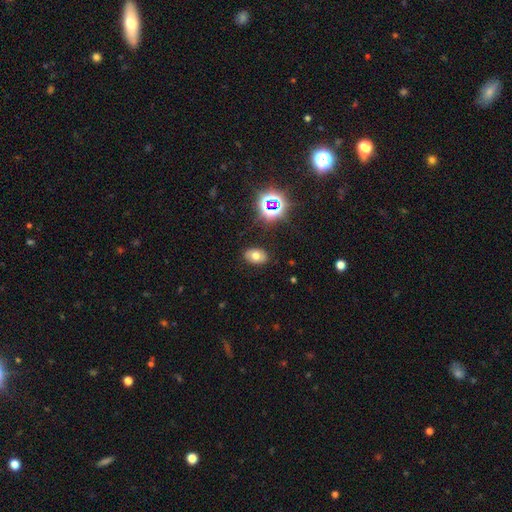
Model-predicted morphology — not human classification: This is likely a smooth galaxy (65%). How rounded: clearly in between (84%). Merging: clearly none (86%).